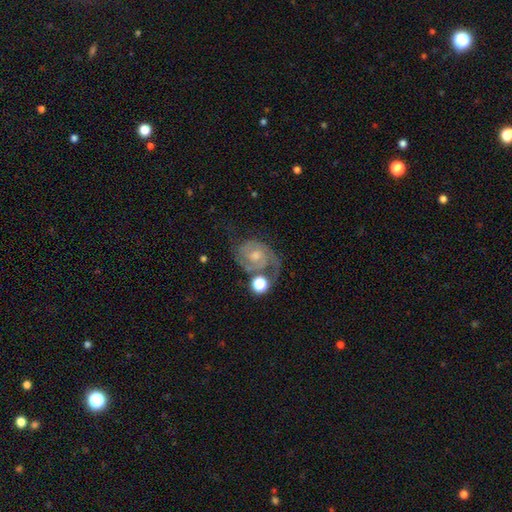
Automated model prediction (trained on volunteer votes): Overall: featured or disk (83%). Edge-on disk: no (98%). Bar: no (67%). Spiral arms: yes (96%). Spiral arm count: 2 (74%). Spiral winding: tight (48%; medium 41%). Bulge size: small (47%; moderate 45%). Merging: none (55%; minor disturbance 19%).